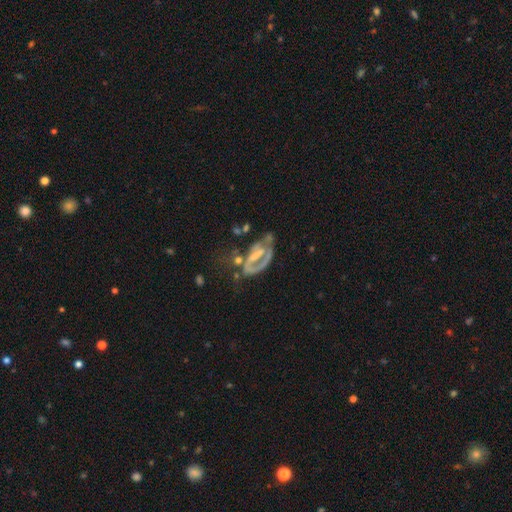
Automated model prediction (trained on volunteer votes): This is likely a featured or disk galaxy (74%). It is clearly not viewed edge-on (95%). Bar: marginally no (37%). Spiral arm pattern: likely yes (64%). Central bulge: marginally none (40%). Merging: marginally major disturbance (35%).